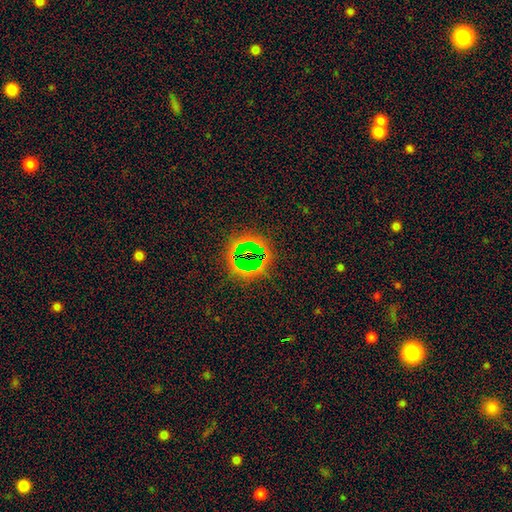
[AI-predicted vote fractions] This is likely a star or artifact rather than a galaxy (67%).